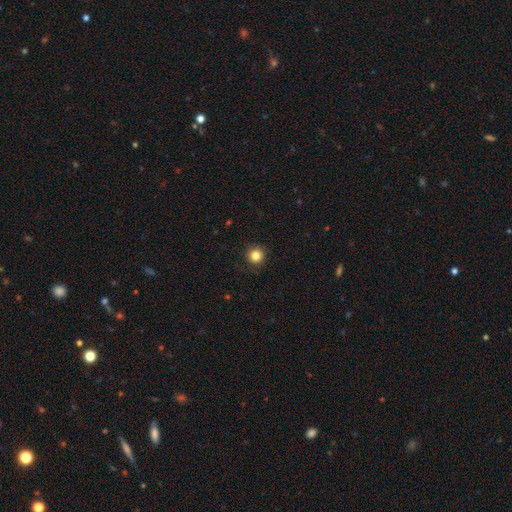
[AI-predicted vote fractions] Q: Smooth or featured?
A: smooth (83%); runner-up: star or artifact (12%)
Q: How rounded?
A: round (95%); runner-up: in between (4%)
Q: Merging?
A: none (91%); runner-up: minor disturbance (6%)